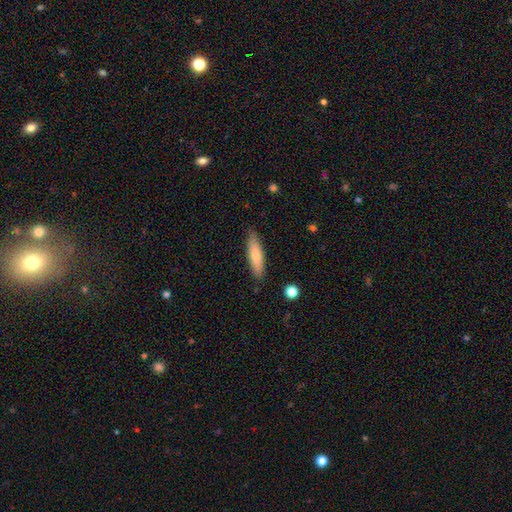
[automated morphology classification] smooth 71%, featured or disk 23%, star or artifact 6%. Down the decision tree: how rounded — cigar-shaped (67%); merging — none (84%).